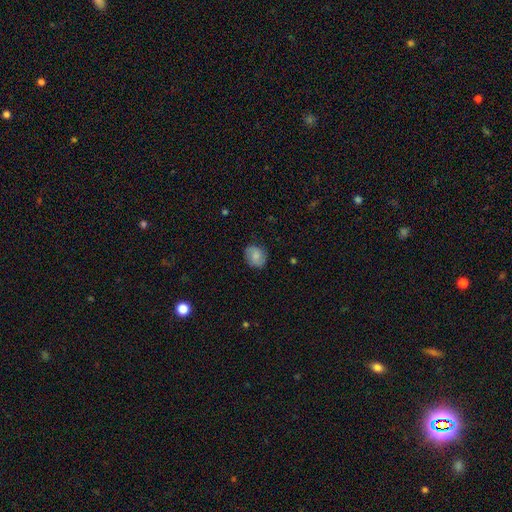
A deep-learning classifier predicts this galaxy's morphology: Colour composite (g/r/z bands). It shows a smooth galaxy with no disk features (69%) that is round (66%). Merging: none (82%).